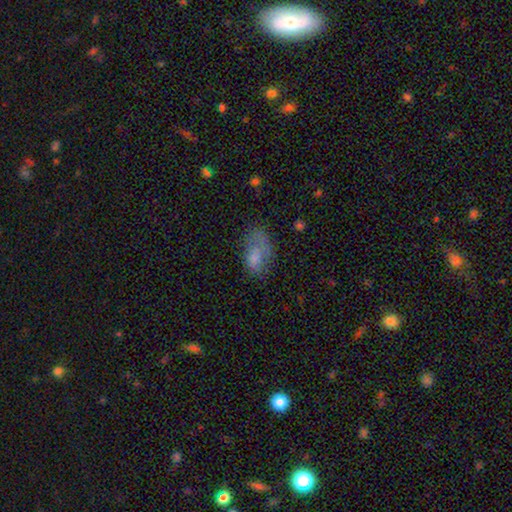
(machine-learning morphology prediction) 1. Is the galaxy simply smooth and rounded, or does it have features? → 69% smooth, 21% featured or disk, 11% star or artifact.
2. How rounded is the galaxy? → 91% in between, 7% round, 3% cigar-shaped.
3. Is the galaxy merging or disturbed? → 38% none, 30% minor disturbance, 27% major disturbance, 5% merger.